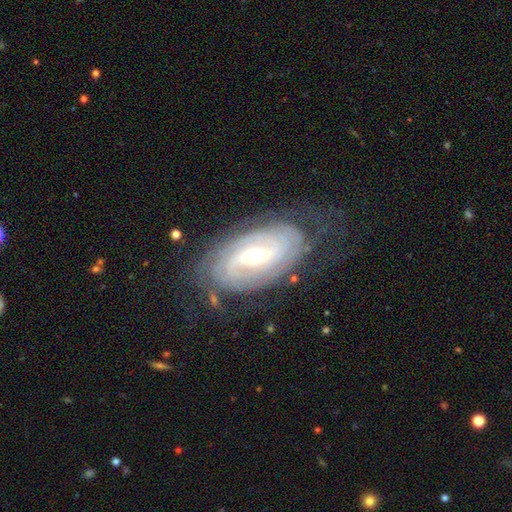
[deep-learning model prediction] This is clearly a featured or disk galaxy (87%). It is clearly not viewed edge-on (94%). Bar: possibly weak (46%). Spiral arm pattern: clearly yes (95%). Spiral arm count: marginally 2 (37%). Spiral winding: likely tight (71%). Central bulge: likely moderate (63%). Merging: likely none (71%).